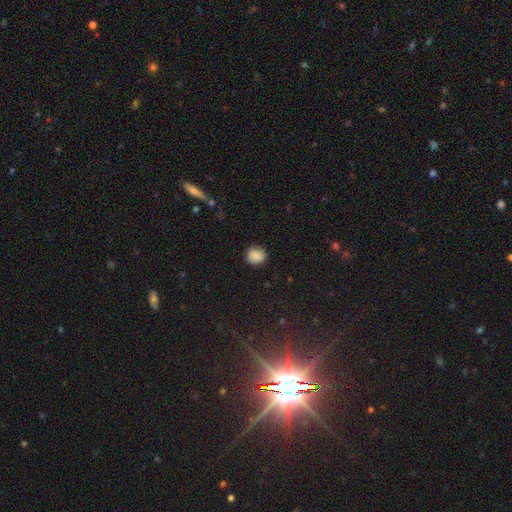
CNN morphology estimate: The model was most divided on "how rounded": round: 83%, in between: 16%, cigar-shaped: 1%. More confident: merging — none (84%); smooth or featured — smooth (79%).